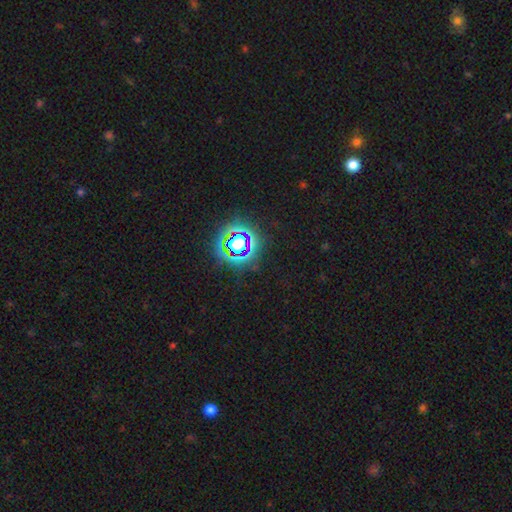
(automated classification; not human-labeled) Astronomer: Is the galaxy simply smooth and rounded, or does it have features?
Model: star or artifact — 80%.